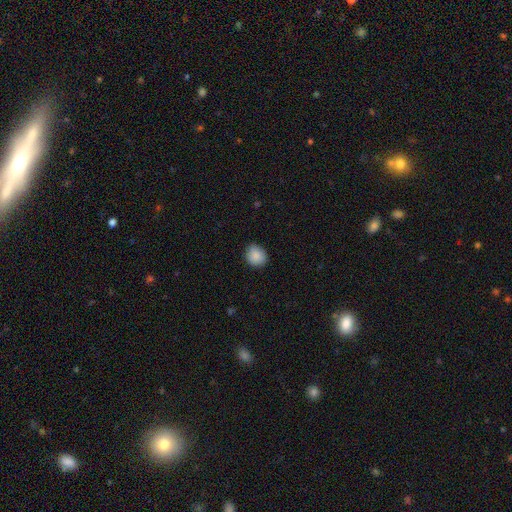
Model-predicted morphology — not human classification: Smooth or featured? Predicted: smooth (p=0.88). How rounded? Predicted: round (p=0.74). Merging? Predicted: none (p=0.81).